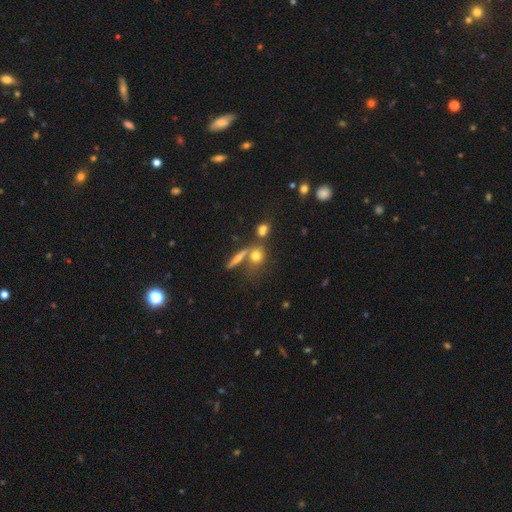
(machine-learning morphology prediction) A smooth galaxy with no disk features (69%) that is round (64%).

Vote fractions:
- Smooth or featured? smooth: 69% / featured or disk: 18% / star or artifact: 13%
- How rounded? round: 64% / in between: 23% / cigar-shaped: 12%
- Merging? none: 56% / merger: 26% / minor disturbance: 12% / major disturbance: 6%